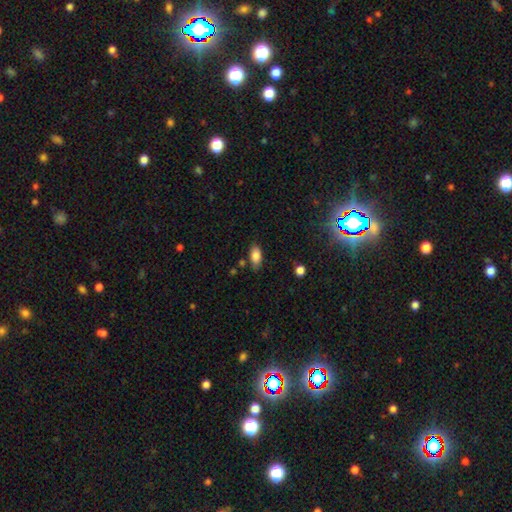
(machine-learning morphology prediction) The model was most divided on "merging": none: 76%, minor disturbance: 16%, major disturbance: 4%, merger: 4%. More confident: how rounded — in between (90%); smooth or featured — smooth (85%).